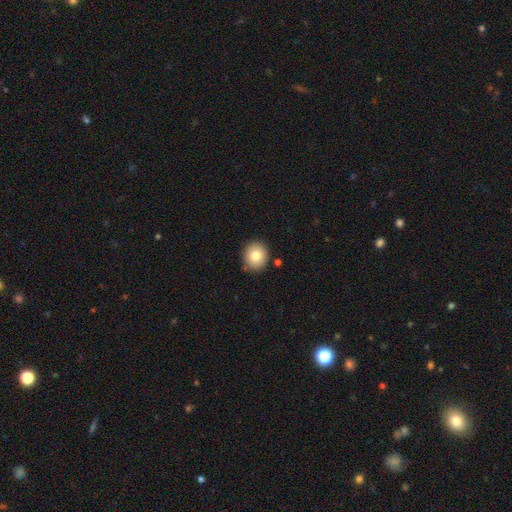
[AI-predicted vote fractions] Morphology: type=smooth (80%); roundness=round (82%); merging=none (85%).